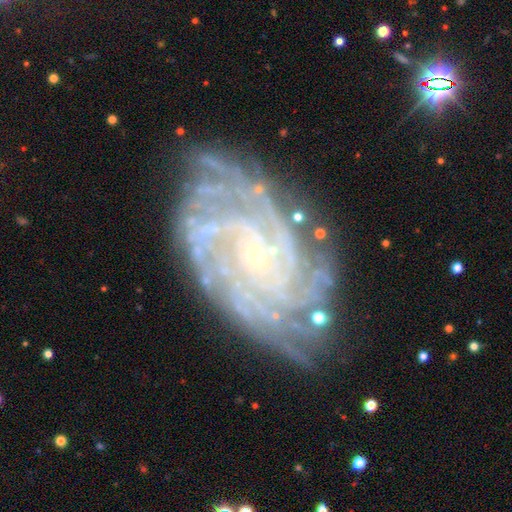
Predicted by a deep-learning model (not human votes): A featured or disk galaxy (90%) with no bar (67%), more than 4 (28%) tight (76%) spiral arms (98%) and a small central bulge (88%). Merging: none (78%).